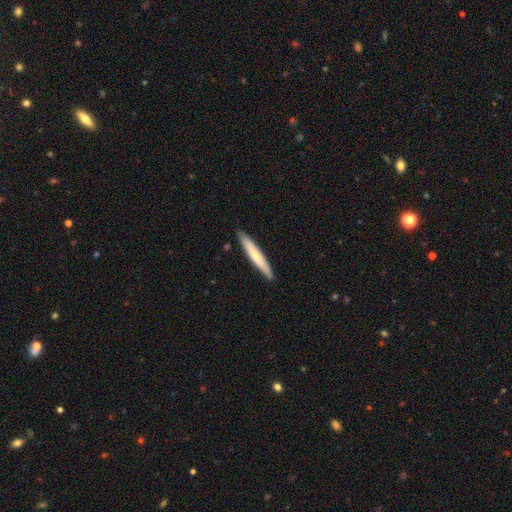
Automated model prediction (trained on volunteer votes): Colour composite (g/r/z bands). It shows a smooth galaxy with no disk features (62%) that is cigar-shaped (94%). Merging: none (90%).